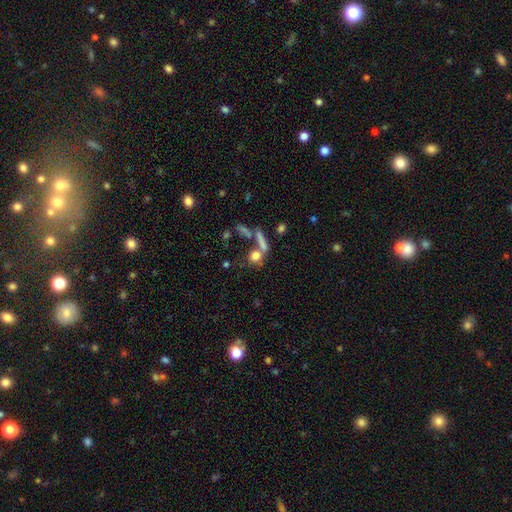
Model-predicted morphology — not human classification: type=smooth (72%); roundness=round (70%); merging=none (51%).